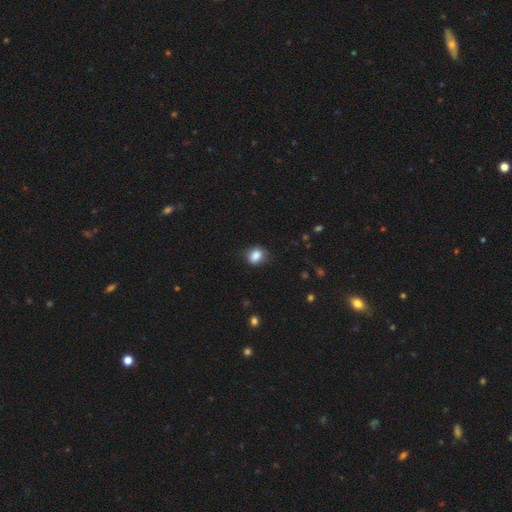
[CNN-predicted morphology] type=smooth (85%); roundness=in between (51%); merging=none (76%).